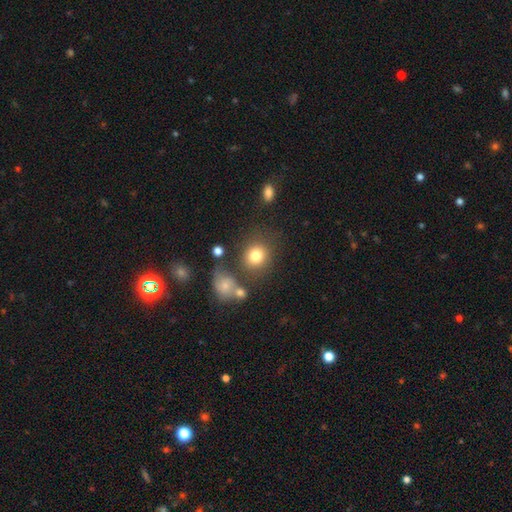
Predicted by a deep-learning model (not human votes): The model was most divided on "merging": none: 71%, minor disturbance: 13%, merger: 10%, major disturbance: 6%. More confident: how rounded — round (81%); smooth or featured — smooth (80%).